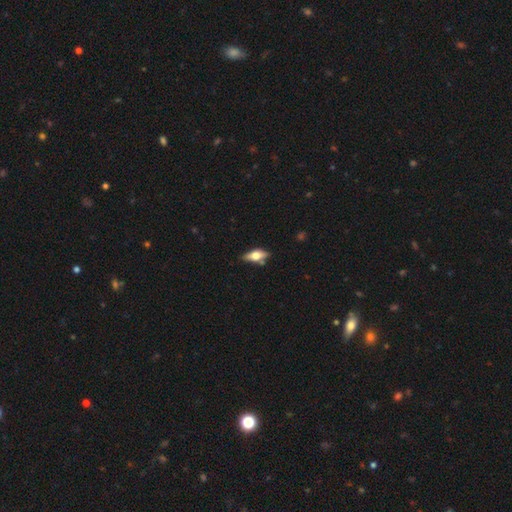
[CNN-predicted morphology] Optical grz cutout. It shows a featured or disk galaxy (47%). Merging: none (73%).